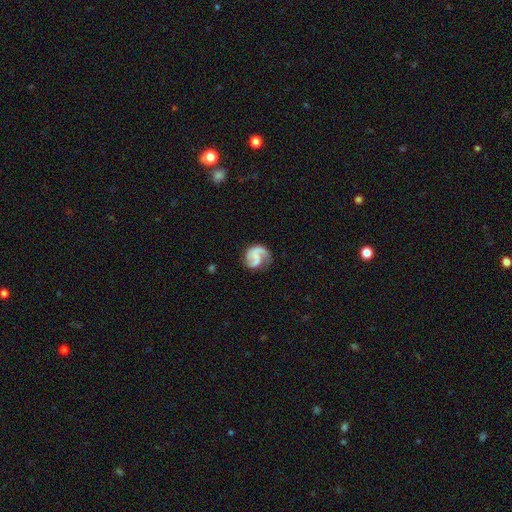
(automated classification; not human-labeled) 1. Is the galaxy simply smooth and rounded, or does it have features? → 72% featured or disk, 22% smooth, 7% star or artifact.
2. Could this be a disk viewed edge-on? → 98% no, 2% yes.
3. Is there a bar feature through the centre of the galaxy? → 55% no, 34% weak, 11% strong.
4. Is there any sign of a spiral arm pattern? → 92% yes, 8% no.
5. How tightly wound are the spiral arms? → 42% medium, 32% loose, 26% tight.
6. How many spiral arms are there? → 54% 2, 36% 1, 5% can't tell, 2% 3, 1% 4, 1% more than 4.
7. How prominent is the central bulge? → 56% none, 27% small, 12% moderate, 3% large, 2% dominant.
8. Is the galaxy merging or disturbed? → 56% none, 22% minor disturbance, 20% major disturbance, 3% merger.